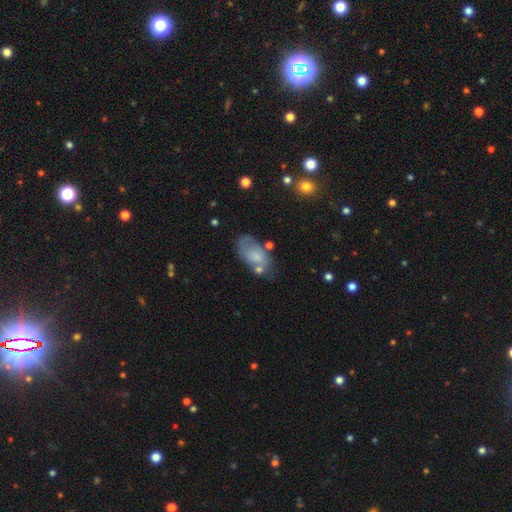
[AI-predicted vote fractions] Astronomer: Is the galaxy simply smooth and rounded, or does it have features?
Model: smooth — 58%.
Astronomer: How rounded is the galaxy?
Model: in between — 91%.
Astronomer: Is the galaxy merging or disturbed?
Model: none — 46% (runner-up: minor disturbance, 27%).